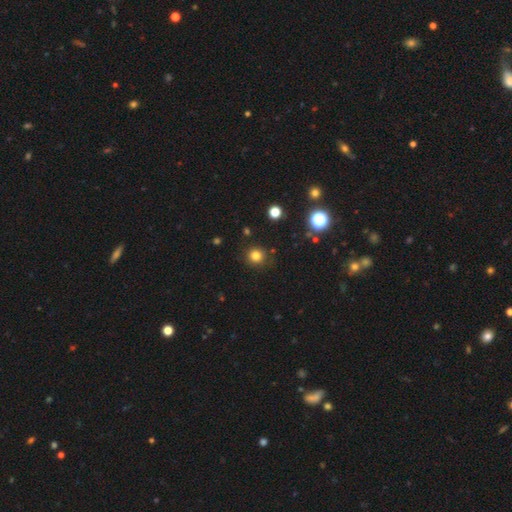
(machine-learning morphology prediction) smooth 80%, star or artifact 15%, featured or disk 5%. Down the decision tree: how rounded — round (91%); merging — none (86%).